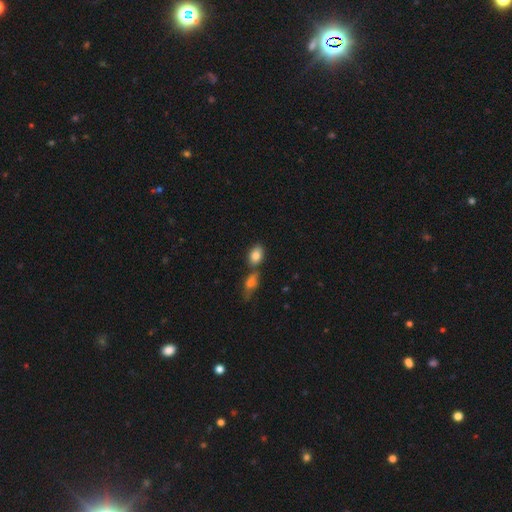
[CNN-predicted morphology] Smooth or featured? Predicted: smooth (p=0.84). How rounded? Predicted: in between (p=0.85). Merging? Predicted: none (p=0.54).